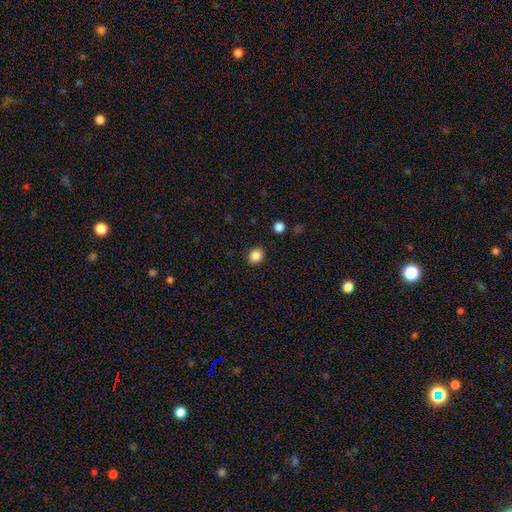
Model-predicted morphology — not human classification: Smooth or featured: smooth — 86% (star or artifact — 10%)
How rounded: round — 73% (in between — 26%)
Merging: none — 90% (minor disturbance — 6%)